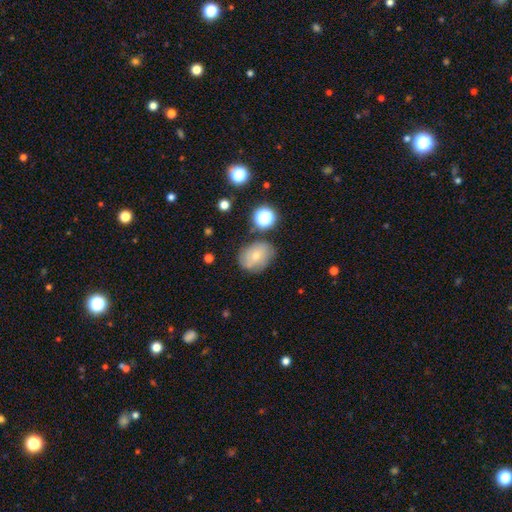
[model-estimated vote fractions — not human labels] Smooth or featured: smooth — 60% (featured or disk — 27%)
How rounded: round — 51% (in between — 48%)
Merging: none — 67% (minor disturbance — 21%)